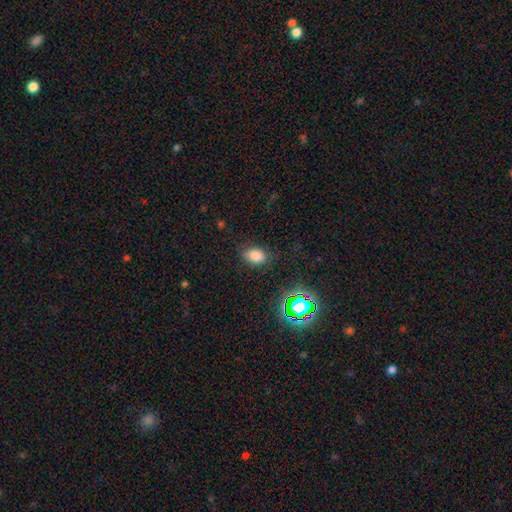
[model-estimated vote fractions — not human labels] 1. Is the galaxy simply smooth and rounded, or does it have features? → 78% smooth, 15% star or artifact, 6% featured or disk.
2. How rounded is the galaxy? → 81% in between, 18% round, 1% cigar-shaped.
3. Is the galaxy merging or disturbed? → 78% none, 16% minor disturbance, 5% major disturbance, 1% merger.